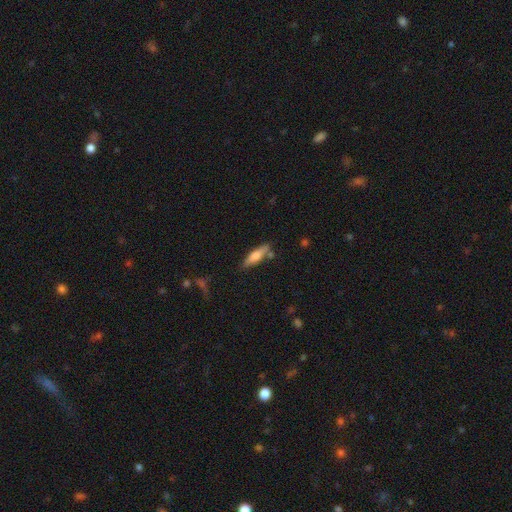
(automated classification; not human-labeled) Smooth or featured? smooth (61%)
How rounded? cigar-shaped (67%)
Merging? none (76%)